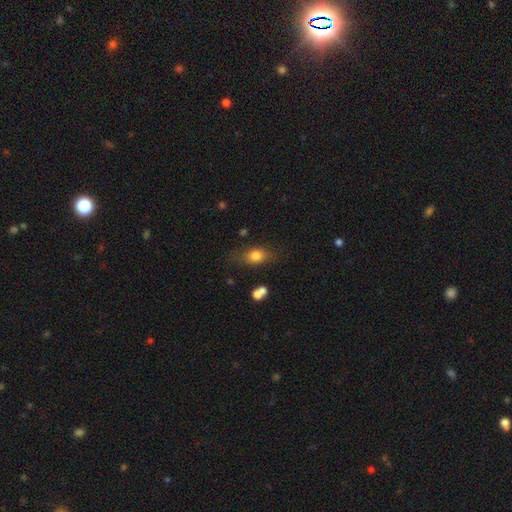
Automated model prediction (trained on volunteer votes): smooth_or_featured: smooth (p=0.77) [alt: featured or disk p=0.13]
how_rounded: in between (p=0.70) [alt: round p=0.25]
merging: none (p=0.67) [alt: minor disturbance p=0.21]